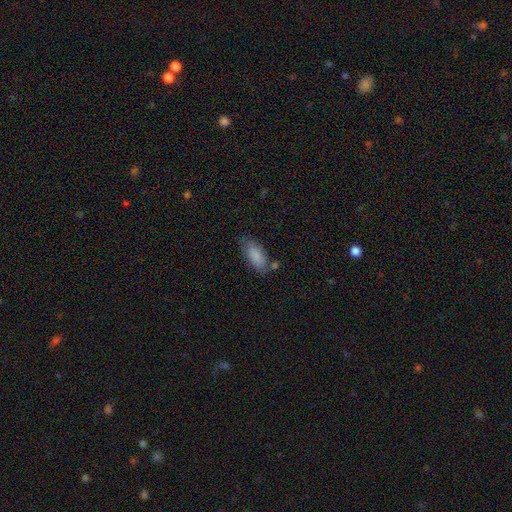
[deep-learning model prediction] smooth-or-featured: smooth: 87% | featured or disk: 7% | star or artifact: 7%
  how-rounded: in between: 86% | cigar-shaped: 12% | round: 2%
  merging: none: 66% | minor disturbance: 20% | merger: 8% | major disturbance: 5%